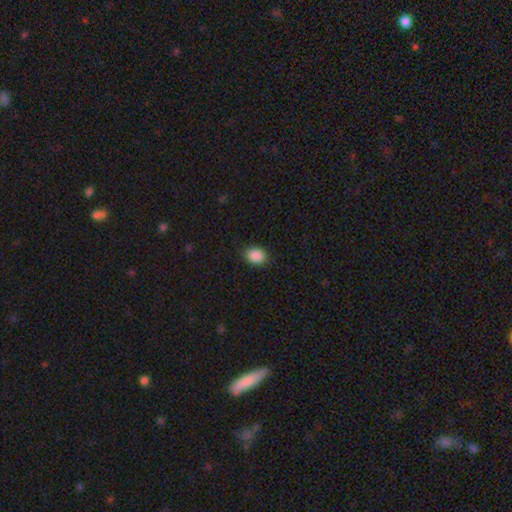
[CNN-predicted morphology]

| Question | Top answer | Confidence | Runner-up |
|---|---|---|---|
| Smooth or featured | smooth | 88% | star or artifact (8%) |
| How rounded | in between | 65% | round (34%) |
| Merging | none | 84% | minor disturbance (12%) |